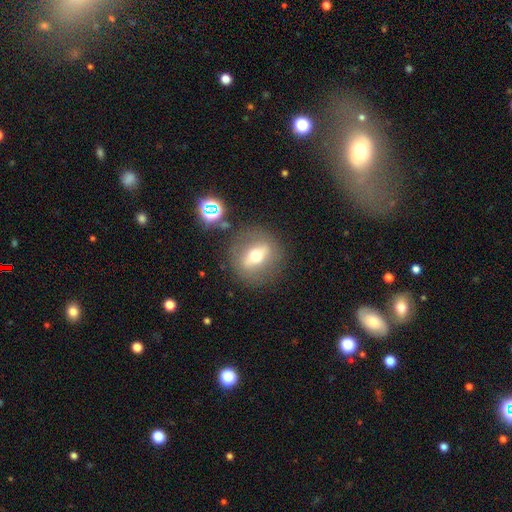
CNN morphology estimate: This is possibly a featured or disk galaxy (54%). It is likely not viewed edge-on (62%). Merging: clearly none (81%).